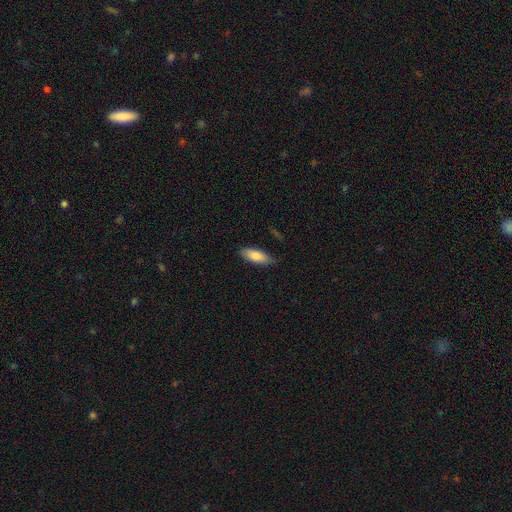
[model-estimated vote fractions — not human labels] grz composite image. It shows a smooth galaxy with no disk features (82%) that is in between round and cigar-shaped (72%). Merging: none (82%).